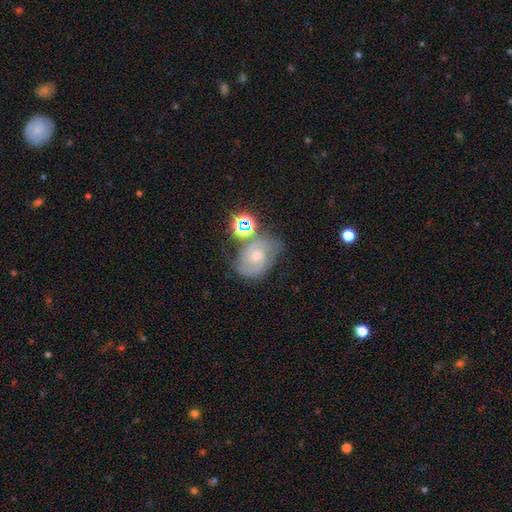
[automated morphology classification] type=featured or disk (70%); edge-on=no (97%); bar=no (57%); spiral arms=yes (92%); winding=tight (47%); arm count=2 (69%); bulge=moderate (47%); merging=none (49%).